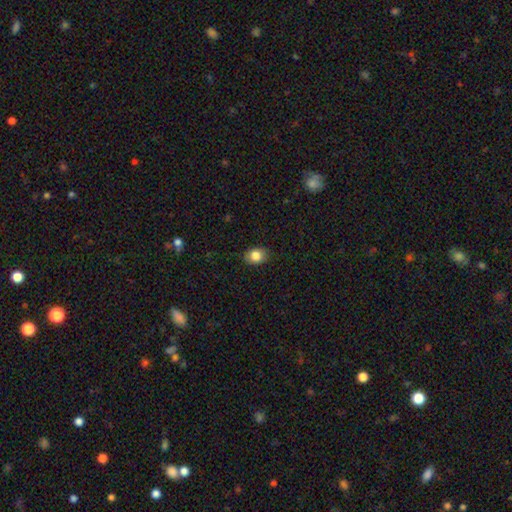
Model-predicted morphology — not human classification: type=smooth (85%); roundness=in between (68%); merging=none (86%).